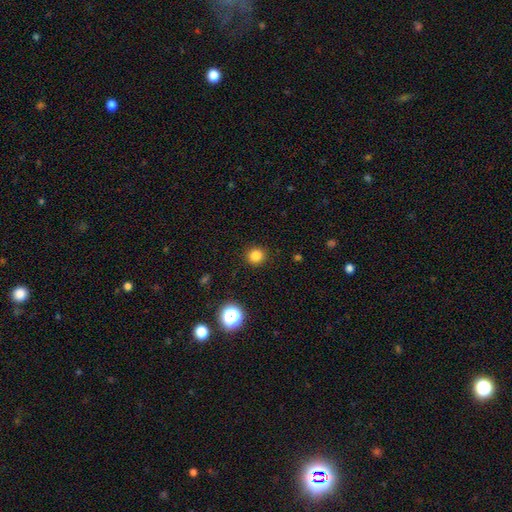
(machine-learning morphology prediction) This is clearly a smooth galaxy (83%). How rounded: clearly round (92%). Merging: clearly none (91%).